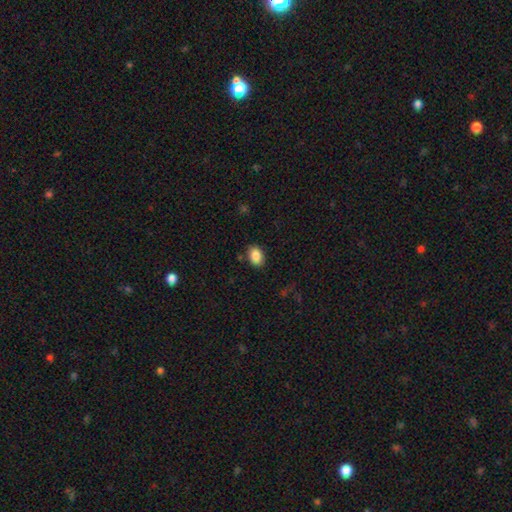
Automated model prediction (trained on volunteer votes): A smooth galaxy with no disk features (87%) that is in between round and cigar-shaped (83%). Merging: none (86%).